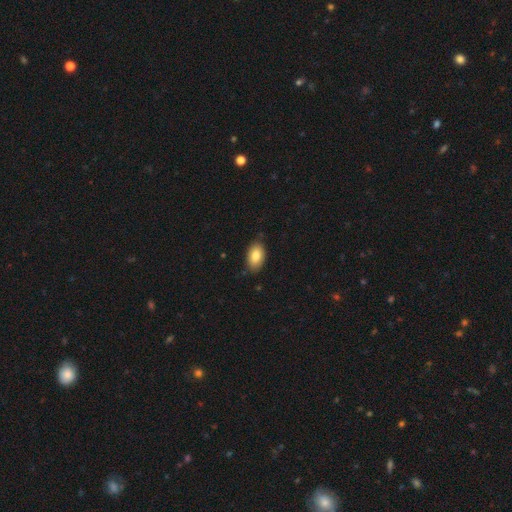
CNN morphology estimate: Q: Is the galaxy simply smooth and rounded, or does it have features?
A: smooth — 83%.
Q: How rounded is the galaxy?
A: in between — 93%.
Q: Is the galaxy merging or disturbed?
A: none — 83%.